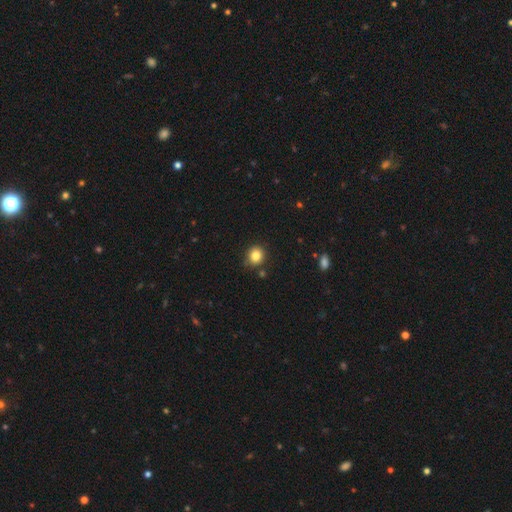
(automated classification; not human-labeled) Smooth or featured? Predicted: smooth (p=0.84). How rounded? Predicted: round (p=0.79). Merging? Predicted: none (p=0.84).